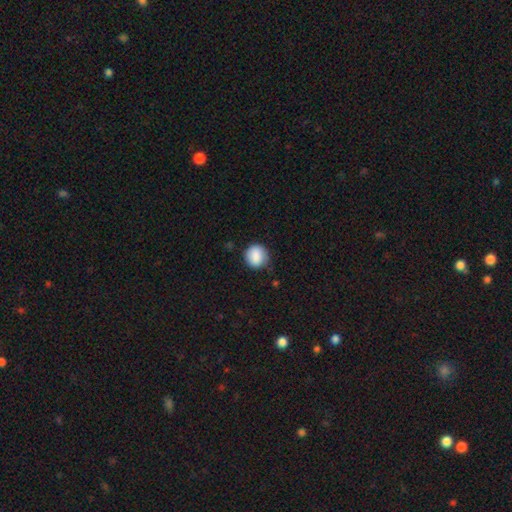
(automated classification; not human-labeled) Smooth or featured: smooth — 88% (star or artifact — 8%)
How rounded: round — 86% (in between — 13%)
Merging: none — 79% (minor disturbance — 16%)